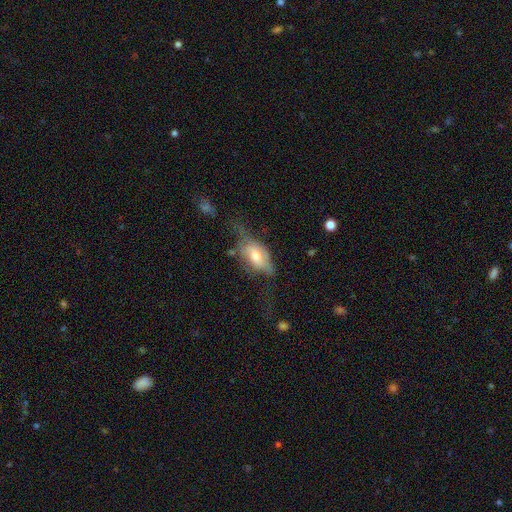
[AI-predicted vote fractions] Smooth or featured: featured or disk — 47% (smooth — 45%)
Merging: major disturbance — 38% (none — 30%)